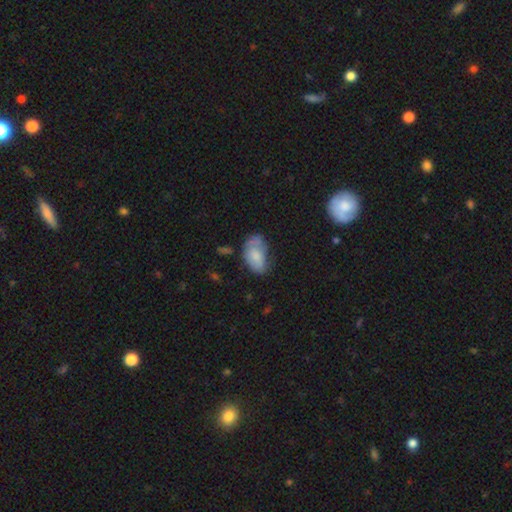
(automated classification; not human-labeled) Smooth or featured: smooth — 67% (featured or disk — 26%)
How rounded: in between — 91% (round — 7%)
Merging: none — 42% (minor disturbance — 34%)